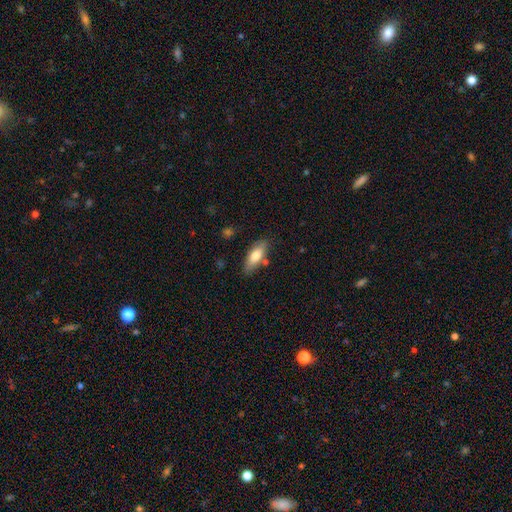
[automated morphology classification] smooth_or_featured: smooth (p=0.74) [alt: featured or disk p=0.20]
how_rounded: in between (p=0.69) [alt: cigar-shaped p=0.28]
merging: none (p=0.77) [alt: minor disturbance p=0.14]